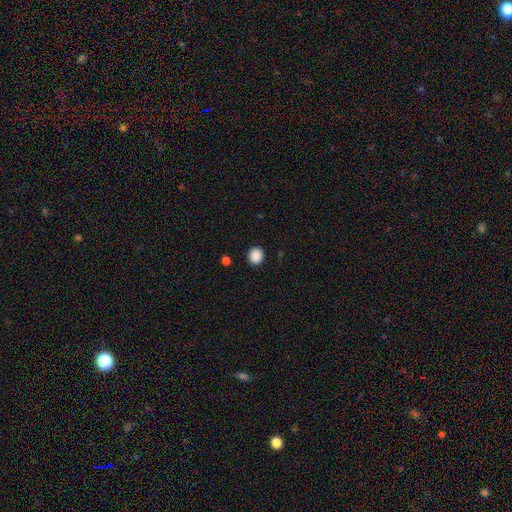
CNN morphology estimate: A smooth galaxy with no disk features (89%) that is round (82%). Merging: none (91%).